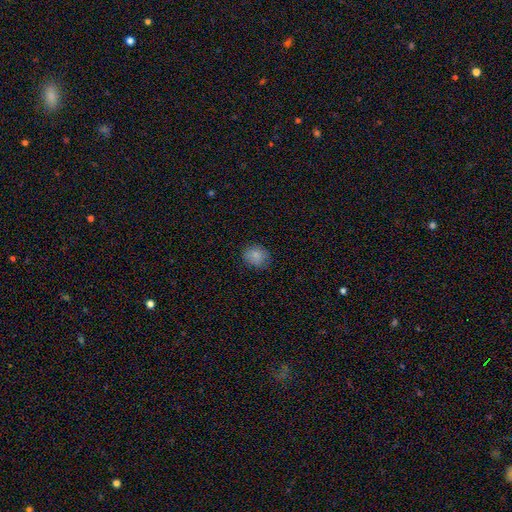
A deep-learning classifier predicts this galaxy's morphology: Q: Smooth or featured?
A: smooth (83%); runner-up: star or artifact (11%)
Q: How rounded?
A: round (71%); runner-up: in between (28%)
Q: Merging?
A: none (80%); runner-up: minor disturbance (15%)